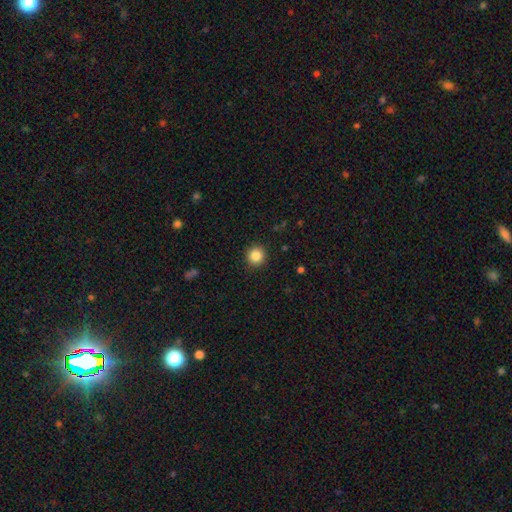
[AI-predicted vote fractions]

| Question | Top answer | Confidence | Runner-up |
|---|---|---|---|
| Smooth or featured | smooth | 85% | star or artifact (11%) |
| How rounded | round | 94% | in between (6%) |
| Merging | none | 91% | minor disturbance (6%) |